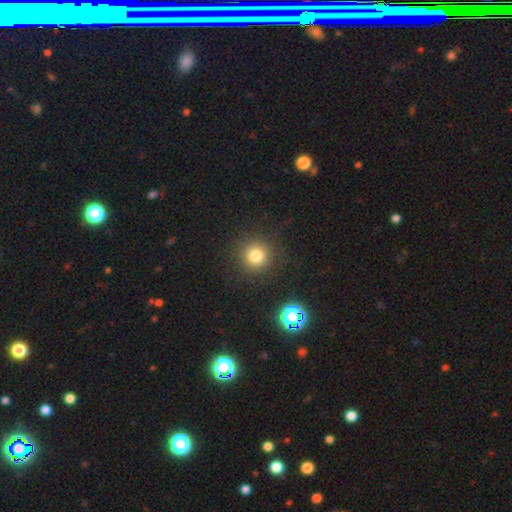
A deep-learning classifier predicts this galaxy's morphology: type=smooth (78%); roundness=round (95%); merging=none (90%).